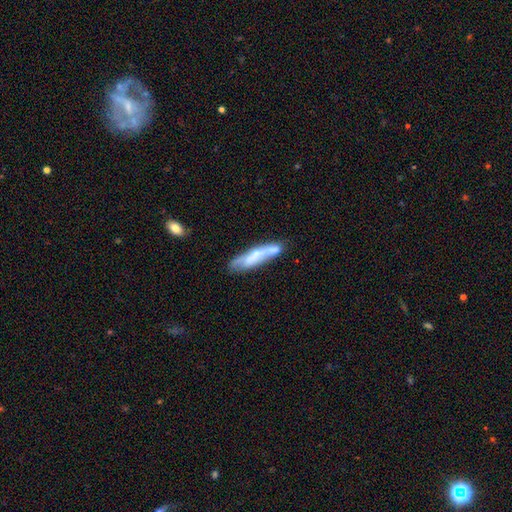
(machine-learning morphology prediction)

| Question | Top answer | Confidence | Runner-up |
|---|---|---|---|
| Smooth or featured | smooth | 51% | featured or disk (43%) |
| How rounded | cigar-shaped | 77% | in between (21%) |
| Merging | none | 56% | minor disturbance (24%) |